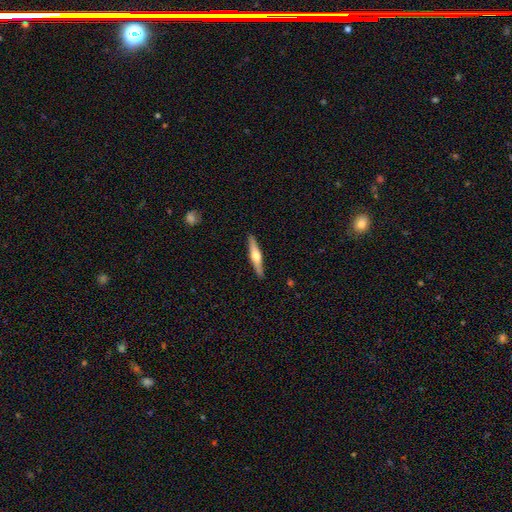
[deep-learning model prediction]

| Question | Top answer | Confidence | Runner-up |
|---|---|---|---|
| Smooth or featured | featured or disk | 61% | smooth (34%) |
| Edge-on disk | yes | 96% | no (4%) |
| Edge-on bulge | rounded | 92% | boxy (5%) |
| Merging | none | 90% | minor disturbance (8%) |